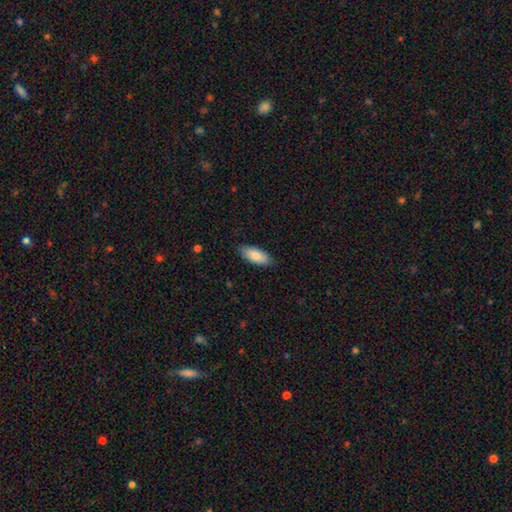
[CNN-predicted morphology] Smooth or featured? Predicted: smooth (p=0.86). How rounded? Predicted: in between (p=0.85). Merging? Predicted: none (p=0.85).